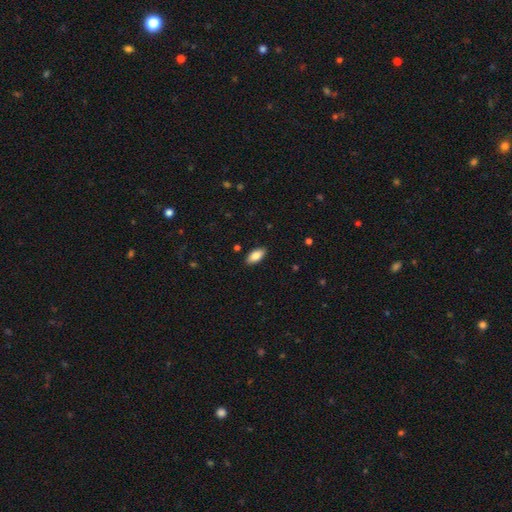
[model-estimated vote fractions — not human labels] This is clearly a smooth galaxy (85%). How rounded: clearly in between (90%). Merging: clearly none (89%).